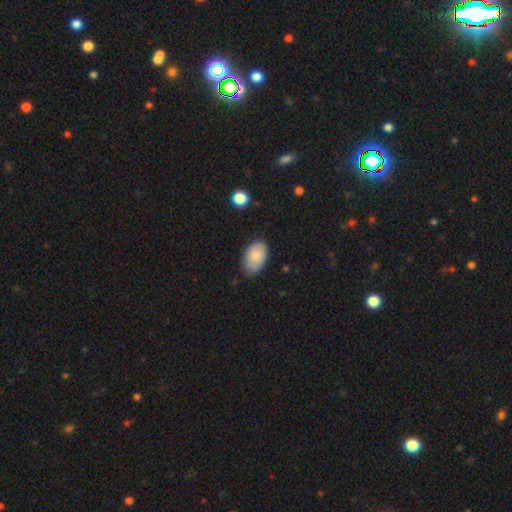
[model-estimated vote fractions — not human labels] Smooth or featured? smooth (85%)
How rounded? in between (93%)
Merging? none (73%)